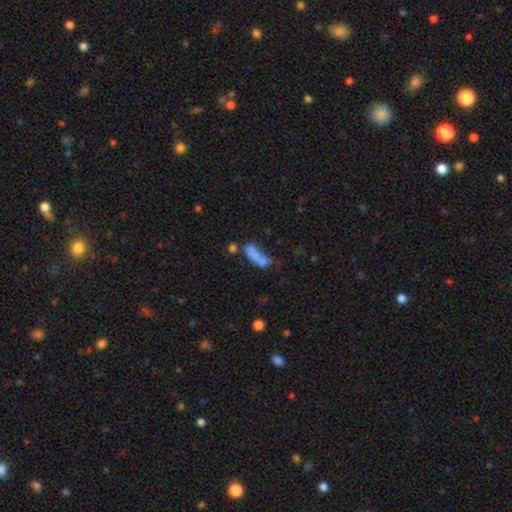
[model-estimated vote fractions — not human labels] A smooth galaxy with no disk features (63%) that is in between round and cigar-shaped (62%). Merging: merger (47%).